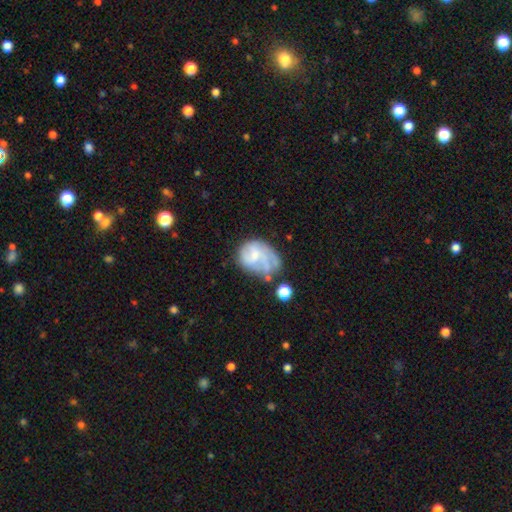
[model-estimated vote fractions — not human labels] Smooth or featured? featured or disk (58%)
Edge-on disk? no (98%)
Bar? no (57%)
Spiral arms? yes (67%)
Bulge size? small (45%)
Merging? none (33%)